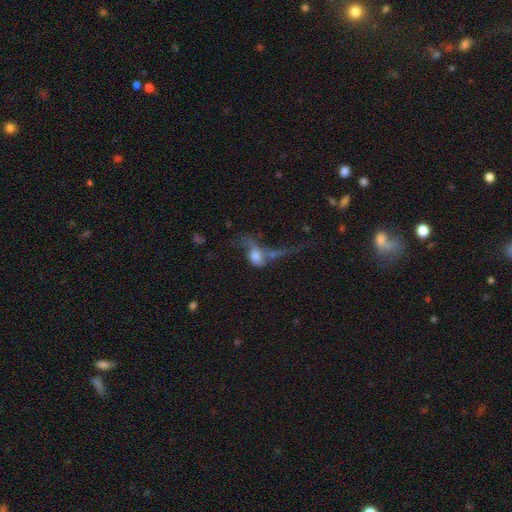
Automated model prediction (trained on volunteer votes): This appears to be a smooth galaxy with no disk features (52%) that is in between round and cigar-shaped (74%). Merging: major disturbance (38%, tied with merger).